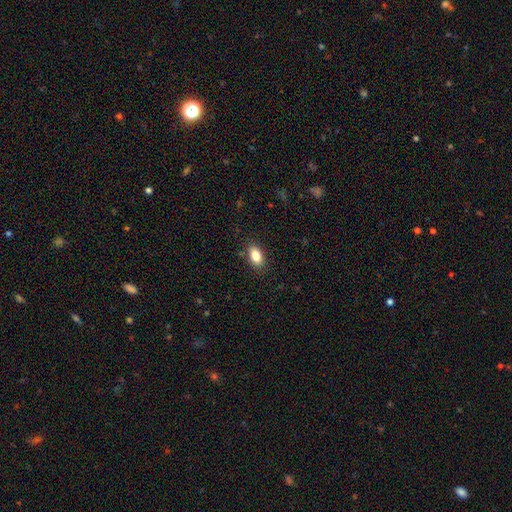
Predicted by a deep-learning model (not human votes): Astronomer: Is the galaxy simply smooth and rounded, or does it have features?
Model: smooth — 85%.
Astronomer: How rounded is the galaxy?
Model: in between — 91%.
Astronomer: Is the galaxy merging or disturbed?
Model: none — 87%.